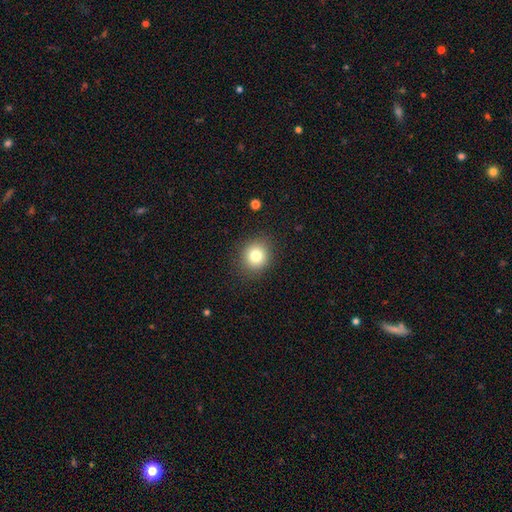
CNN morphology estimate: Overall: smooth (80%). How rounded: round (84%). Merging: none (89%).